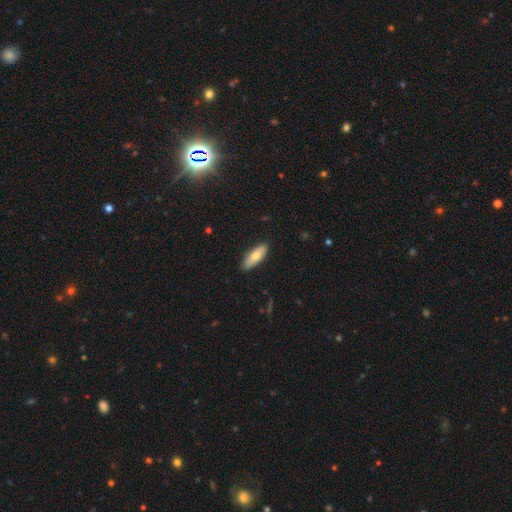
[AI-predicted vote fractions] This is likely a smooth galaxy (73%). How rounded: likely in between (64%). Merging: clearly none (87%).